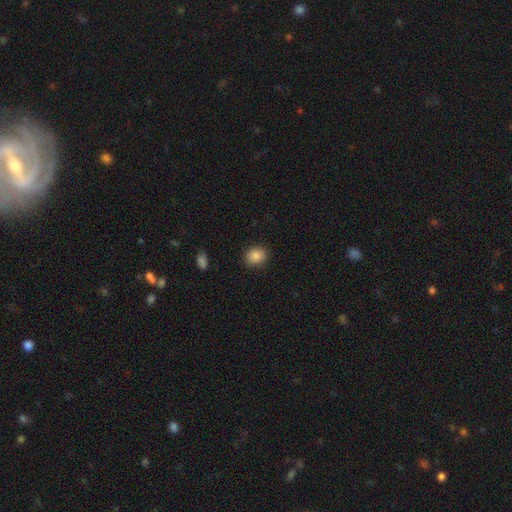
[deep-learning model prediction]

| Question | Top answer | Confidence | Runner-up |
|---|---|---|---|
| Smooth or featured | smooth | 87% | star or artifact (9%) |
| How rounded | round | 73% | in between (26%) |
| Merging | none | 90% | minor disturbance (7%) |